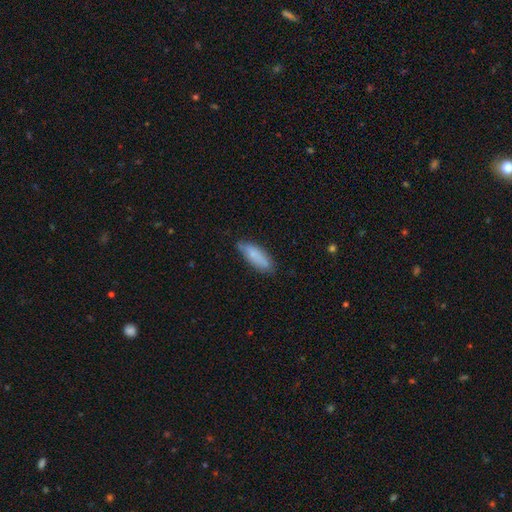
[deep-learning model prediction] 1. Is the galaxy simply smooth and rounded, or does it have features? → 79% smooth, 15% featured or disk, 6% star or artifact.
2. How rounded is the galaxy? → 59% in between, 39% cigar-shaped, 2% round.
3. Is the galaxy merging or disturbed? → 72% none, 23% minor disturbance, 4% major disturbance, 2% merger.